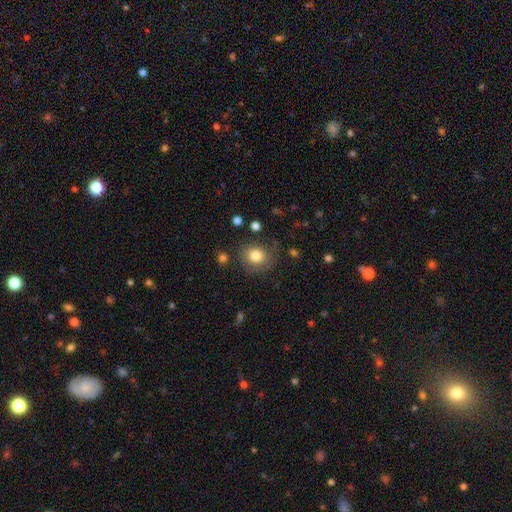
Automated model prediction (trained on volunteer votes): A smooth galaxy with no disk features (81%) that is round (79%).

Vote fractions:
- Smooth or featured? smooth: 81% / star or artifact: 10% / featured or disk: 8%
- How rounded? round: 79% / in between: 21% / cigar-shaped: 1%
- Merging? none: 78% / minor disturbance: 14% / major disturbance: 5% / merger: 3%